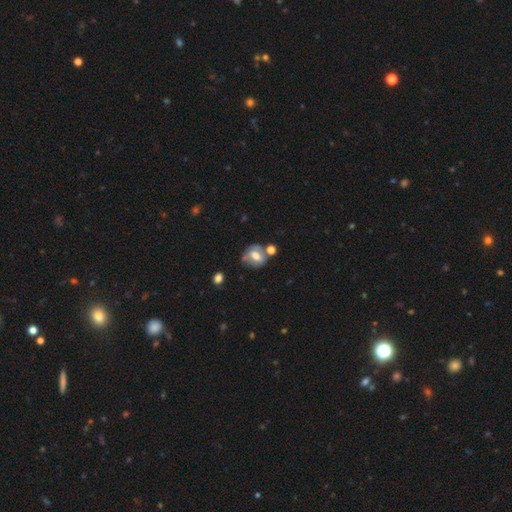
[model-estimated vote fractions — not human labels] Overall: smooth (49%; featured or disk 42%). Merging: none (51%; merger 21%).